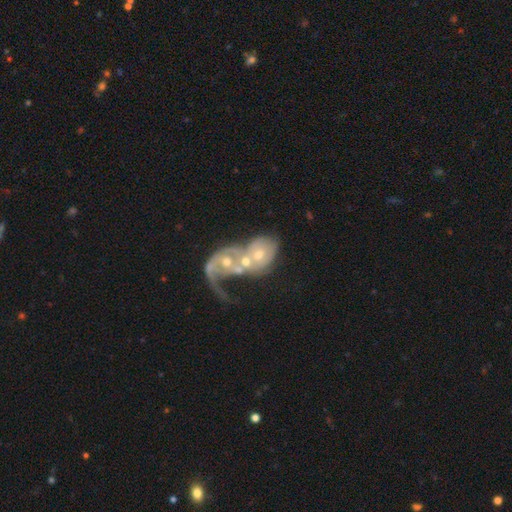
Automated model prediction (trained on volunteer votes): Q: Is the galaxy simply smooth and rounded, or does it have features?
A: featured or disk — 71%.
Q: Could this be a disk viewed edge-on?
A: no — 96%.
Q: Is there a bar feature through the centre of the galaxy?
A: no — 76%.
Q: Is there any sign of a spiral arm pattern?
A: yes — 60%.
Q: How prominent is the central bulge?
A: moderate — 50%.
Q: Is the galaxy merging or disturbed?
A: merger — 79%.